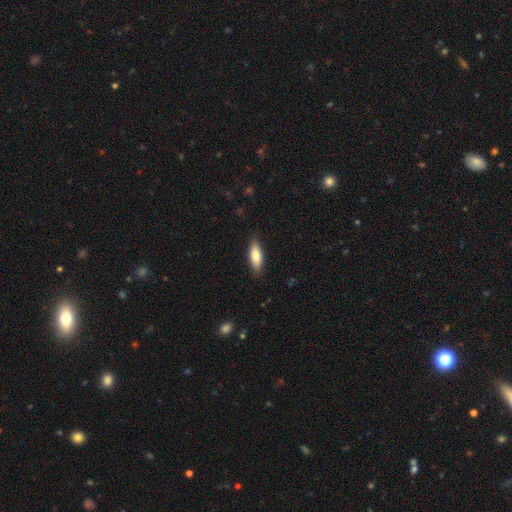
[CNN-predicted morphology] Overall: smooth (77%). How rounded: in between (64%; cigar-shaped 34%). Merging: none (86%).